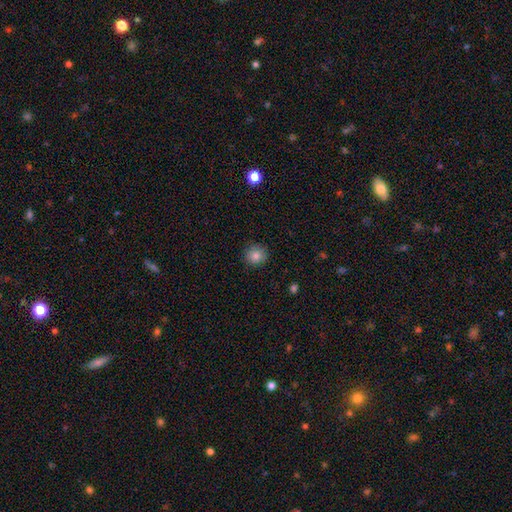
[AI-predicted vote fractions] smooth 83%, star or artifact 10%, featured or disk 7%. Down the decision tree: how rounded — round (92%); merging — none (90%).